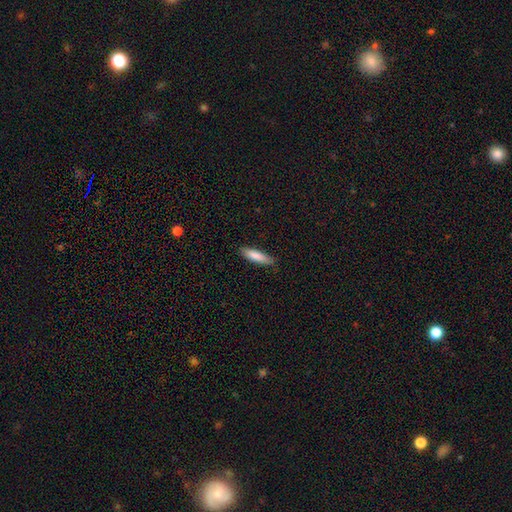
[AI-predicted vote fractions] This appears to be a smooth galaxy with no disk features (83%) that is cigar-shaped (72%). Merging: none (86%).